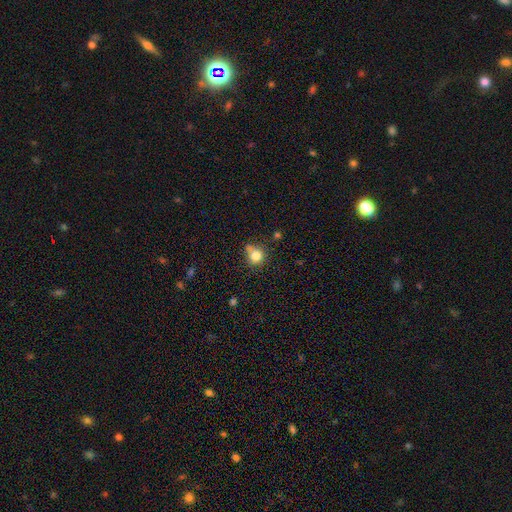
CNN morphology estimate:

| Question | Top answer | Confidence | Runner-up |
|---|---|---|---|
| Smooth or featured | smooth | 79% | star or artifact (12%) |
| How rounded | round | 83% | in between (15%) |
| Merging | none | 56% | minor disturbance (24%) |